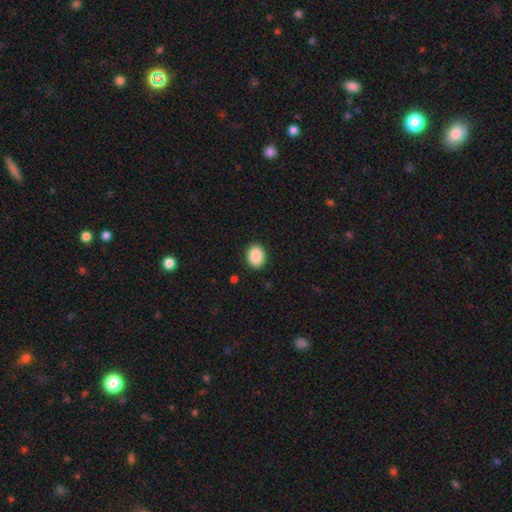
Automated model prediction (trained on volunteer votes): Smooth or featured?
  - smooth: 89% *
  - star or artifact: 8%
  - featured or disk: 3%
How rounded?
  - in between: 65% *
  - round: 34%
  - cigar-shaped: 1%
Merging?
  - none: 90% *
  - minor disturbance: 7%
  - major disturbance: 2%
  - merger: 1%